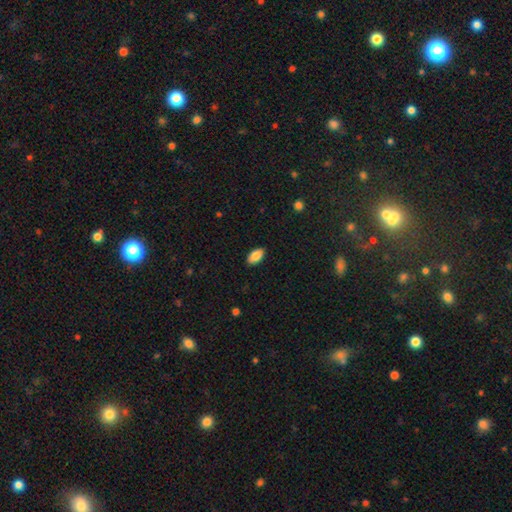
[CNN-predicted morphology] Smooth or featured? Predicted: smooth (p=0.86). How rounded? Predicted: in between (p=0.94). Merging? Predicted: none (p=0.89).